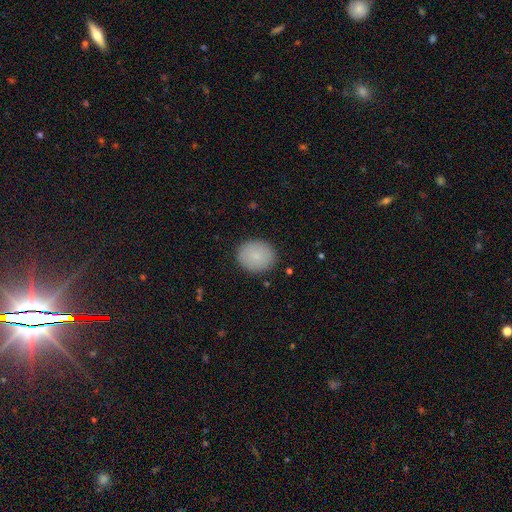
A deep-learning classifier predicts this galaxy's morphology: type=smooth (85%); roundness=round (75%); merging=none (89%).